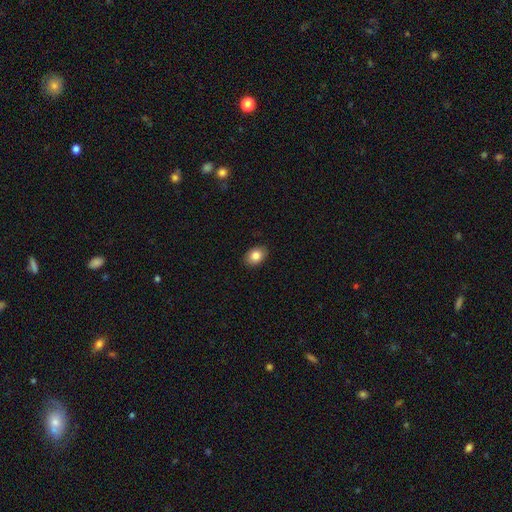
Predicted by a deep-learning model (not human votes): smooth 85%, star or artifact 8%, featured or disk 7%. Down the decision tree: how rounded — in between (72%); merging — none (88%).